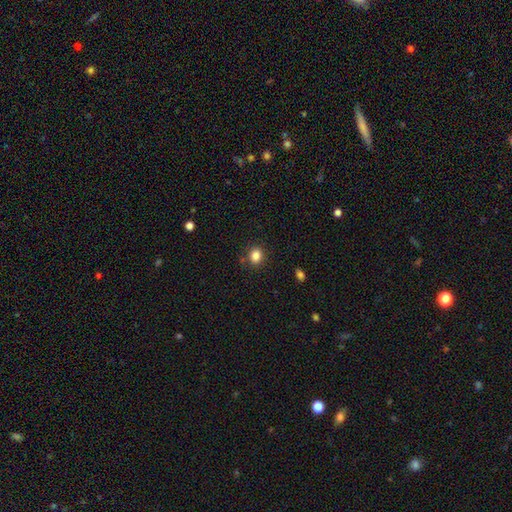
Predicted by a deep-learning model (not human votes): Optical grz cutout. It shows a smooth galaxy with no disk features (85%) that is round (58%). Merging: none (84%).